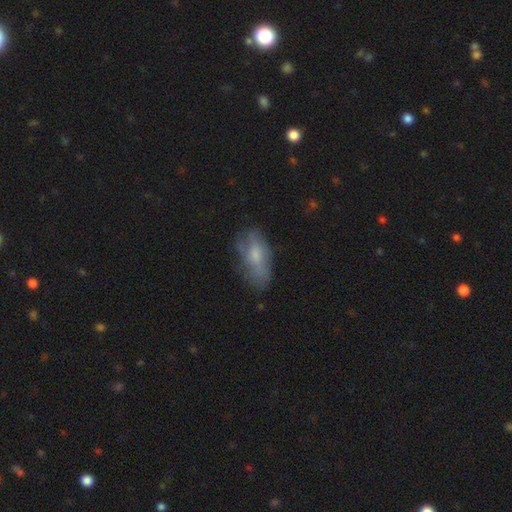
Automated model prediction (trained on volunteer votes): Smooth or featured? smooth (54%)
How rounded? in between (85%)
Merging? none (56%)